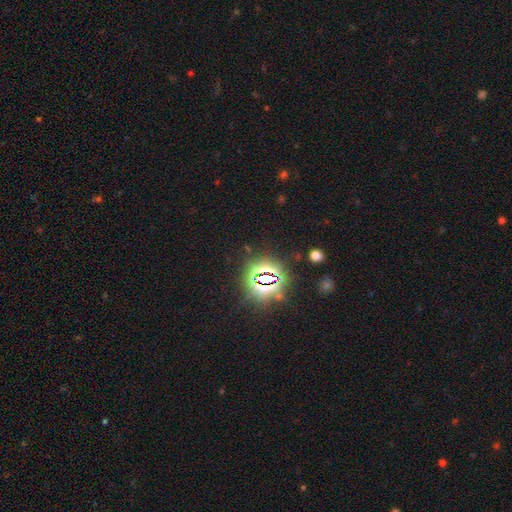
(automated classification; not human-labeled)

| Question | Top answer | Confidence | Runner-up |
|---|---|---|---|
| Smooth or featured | star or artifact | 82% | smooth (11%) |